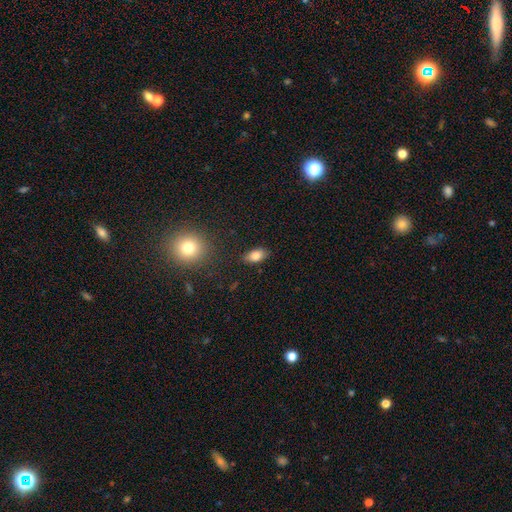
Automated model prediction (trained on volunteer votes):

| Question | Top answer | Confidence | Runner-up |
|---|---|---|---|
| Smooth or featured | smooth | 83% | star or artifact (9%) |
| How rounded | in between | 89% | round (7%) |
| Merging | none | 85% | minor disturbance (11%) |